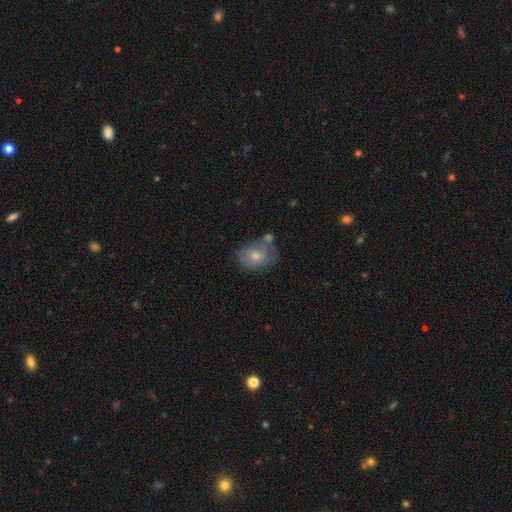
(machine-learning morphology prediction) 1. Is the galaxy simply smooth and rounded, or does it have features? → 58% smooth, 30% featured or disk, 12% star or artifact.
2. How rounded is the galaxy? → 51% in between, 48% round, 1% cigar-shaped.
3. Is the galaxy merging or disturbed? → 56% none, 22% minor disturbance, 14% merger, 8% major disturbance.